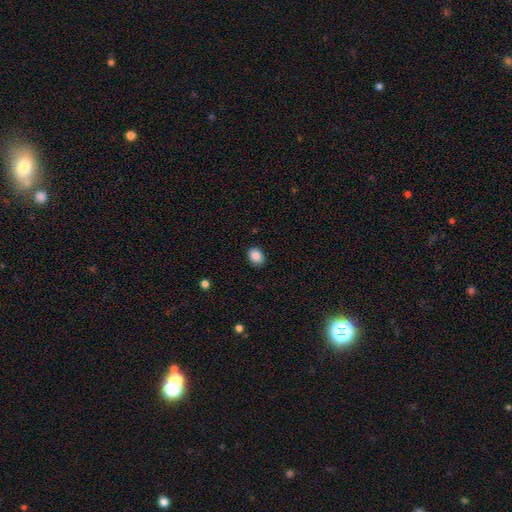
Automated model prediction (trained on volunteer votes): This appears to be a smooth galaxy with no disk features (88%) that is in between round and cigar-shaped (62%). Merging: none (89%).